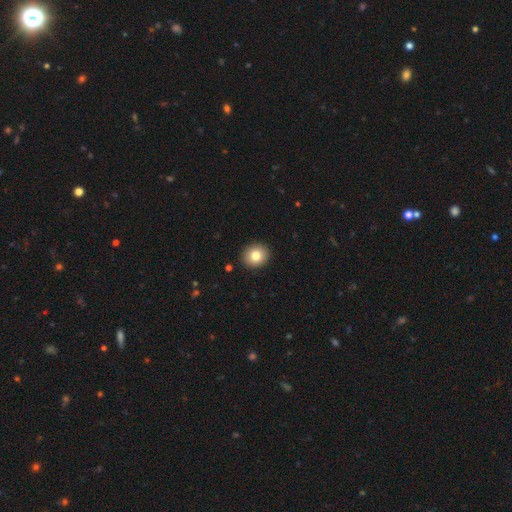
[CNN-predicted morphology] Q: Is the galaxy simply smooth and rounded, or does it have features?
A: smooth — 82%.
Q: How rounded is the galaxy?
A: round — 81%.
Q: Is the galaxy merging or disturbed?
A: none — 92%.